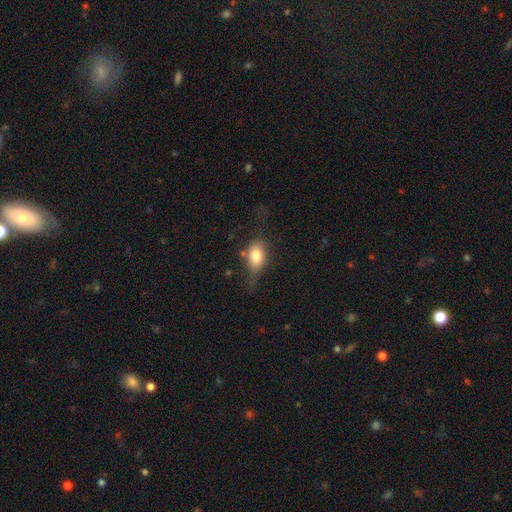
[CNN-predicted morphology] Smooth or featured: smooth — 75% (featured or disk — 17%)
How rounded: in between — 81% (round — 15%)
Merging: none — 42% (minor disturbance — 33%)